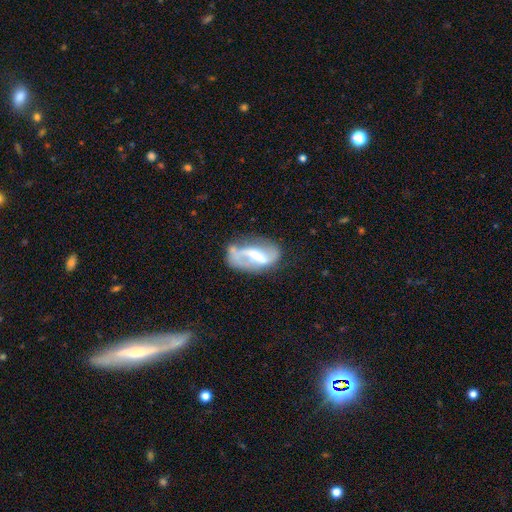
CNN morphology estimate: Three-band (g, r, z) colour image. It shows a featured or disk galaxy (80%) with a strong bar (50%), 2 (83%) loose (54%) spiral arms (84%) and a small central bulge (49%). Merging: none (61%).